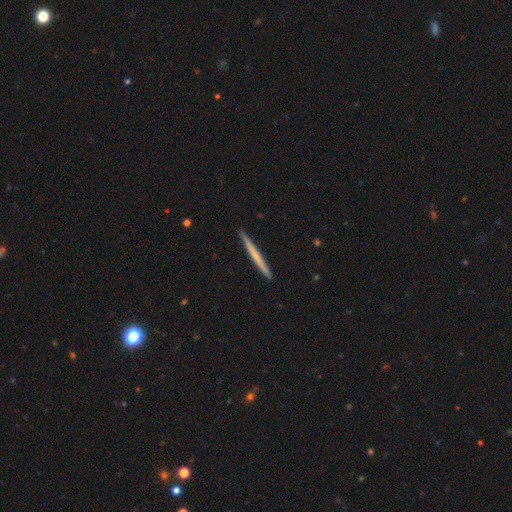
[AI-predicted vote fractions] This is possibly a smooth galaxy (53%). How rounded: clearly cigar-shaped (97%). Merging: clearly none (93%).